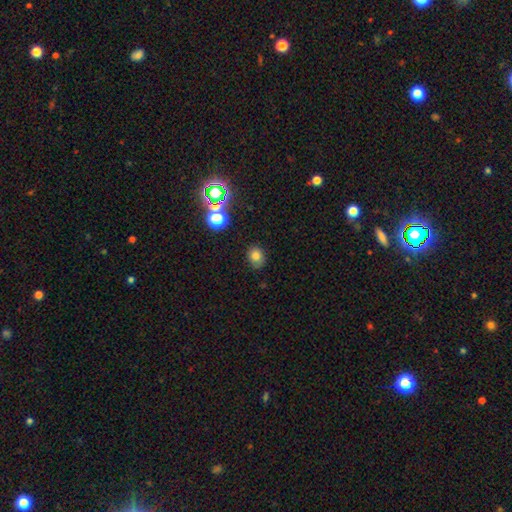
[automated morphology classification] Smooth or featured? Predicted: smooth (p=0.76). How rounded? Predicted: round (p=0.52). Merging? Predicted: none (p=0.82).